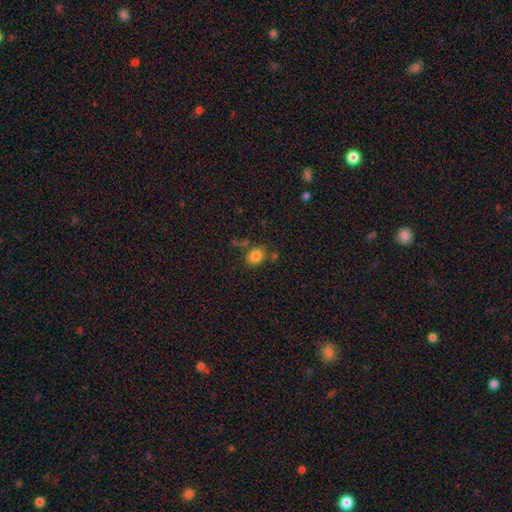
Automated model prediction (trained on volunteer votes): smooth-or-featured: smooth: 82% | star or artifact: 11% | featured or disk: 6%
  how-rounded: round: 60% | in between: 39% | cigar-shaped: 1%
  merging: none: 71% | minor disturbance: 14% | merger: 10% | major disturbance: 5%